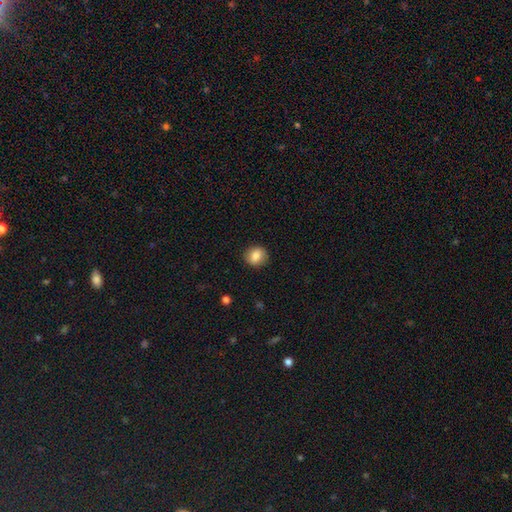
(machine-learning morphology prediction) This is clearly a smooth galaxy (82%). How rounded: likely round (77%). Merging: clearly none (88%).